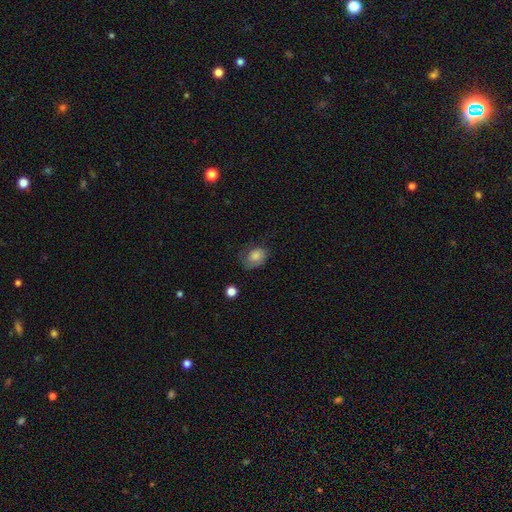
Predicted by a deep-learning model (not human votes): Smooth or featured? smooth (75%)
How rounded? in between (64%)
Merging? none (54%)